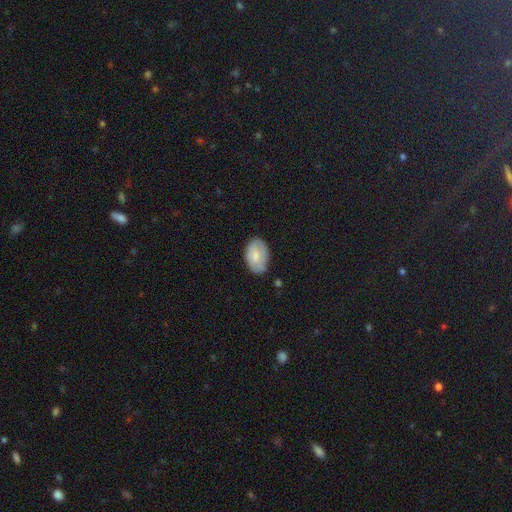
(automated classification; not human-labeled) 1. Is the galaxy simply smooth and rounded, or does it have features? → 65% smooth, 29% featured or disk, 7% star or artifact.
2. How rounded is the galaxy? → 90% in between, 9% round, 1% cigar-shaped.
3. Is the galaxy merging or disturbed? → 68% none, 24% minor disturbance, 5% major disturbance, 2% merger.